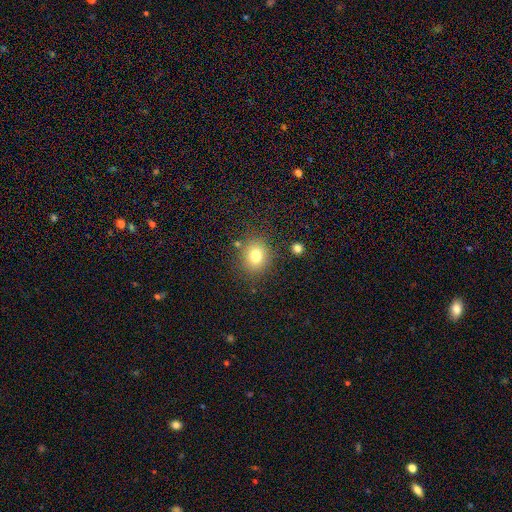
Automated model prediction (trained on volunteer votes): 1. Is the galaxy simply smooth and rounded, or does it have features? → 77% smooth, 14% star or artifact, 9% featured or disk.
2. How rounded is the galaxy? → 78% round, 21% in between, 1% cigar-shaped.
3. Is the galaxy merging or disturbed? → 83% none, 10% minor disturbance, 4% merger, 4% major disturbance.